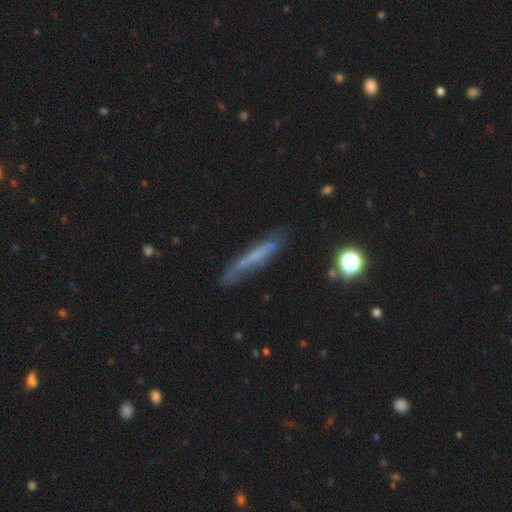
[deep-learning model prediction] Overall: smooth (46%; featured or disk 44%). Merging: none (69%).